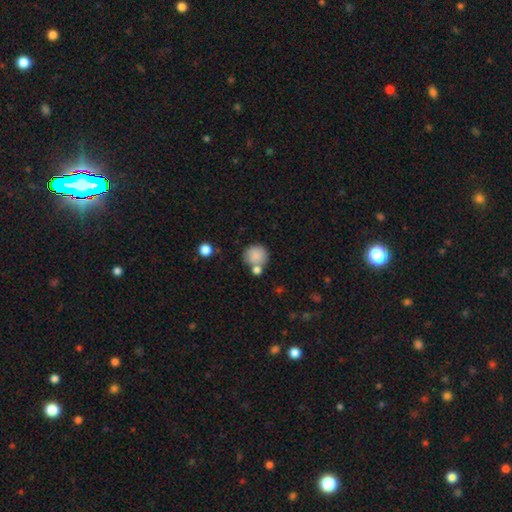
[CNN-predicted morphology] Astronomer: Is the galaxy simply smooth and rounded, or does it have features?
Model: smooth — 85%.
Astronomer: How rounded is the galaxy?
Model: round — 89%.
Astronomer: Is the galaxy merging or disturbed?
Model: none — 61%.